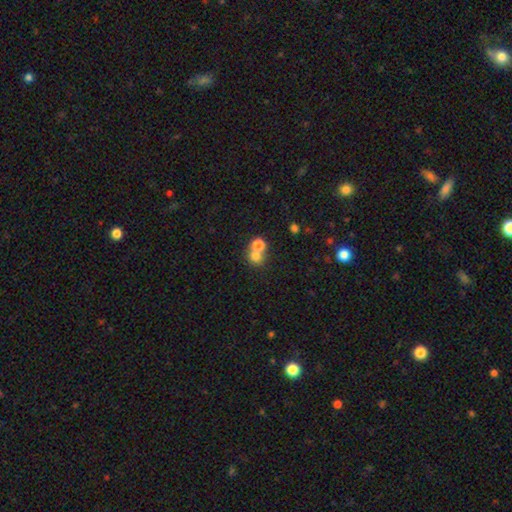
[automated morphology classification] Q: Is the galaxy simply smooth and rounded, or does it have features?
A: smooth — 75%.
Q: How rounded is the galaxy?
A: round — 81%.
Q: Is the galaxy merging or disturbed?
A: merger — 56%.